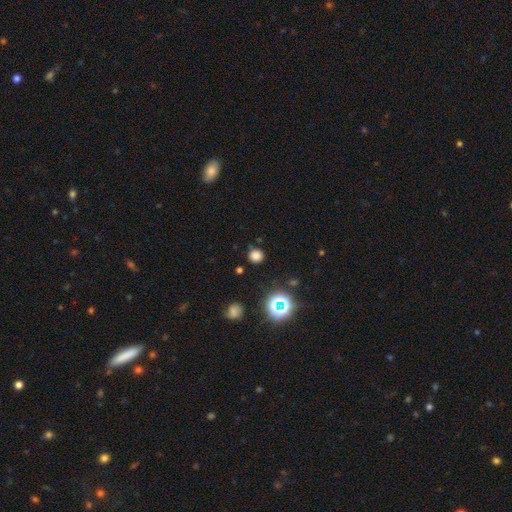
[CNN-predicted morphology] A smooth galaxy with no disk features (73%) that is round (92%). Merging: none (84%).